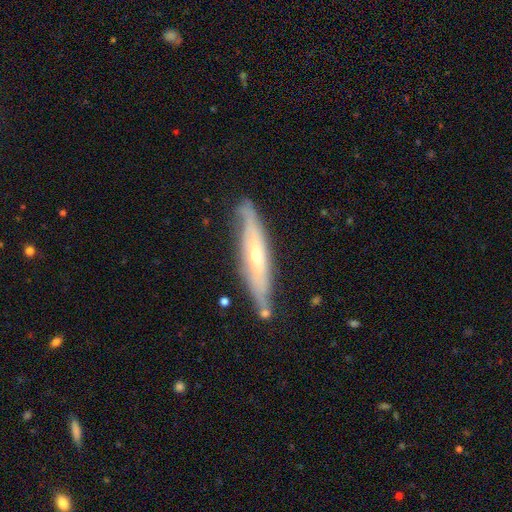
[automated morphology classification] Smooth or featured?
  - featured or disk: 66% *
  - smooth: 27%
  - star or artifact: 6%
Edge-on disk?
  - yes: 69% *
  - no: 31%
Merging?
  - none: 76% *
  - minor disturbance: 17%
  - merger: 4%
  - major disturbance: 4%